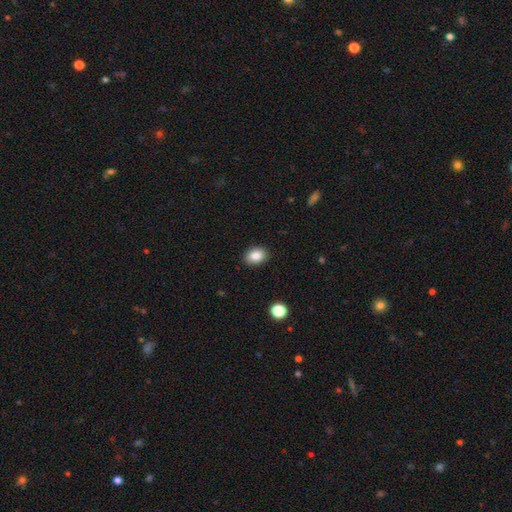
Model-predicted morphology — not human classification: The model was most divided on "how rounded": in between: 72%, round: 27%, cigar-shaped: 1%. More confident: merging — none (89%); smooth or featured — smooth (86%).